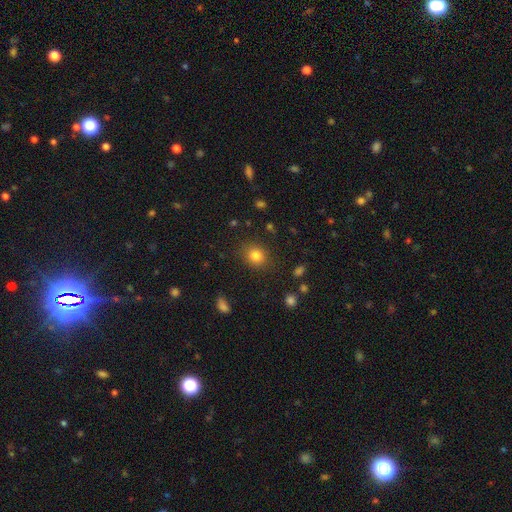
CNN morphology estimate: Smooth or featured?
  - smooth: 81% *
  - star or artifact: 12%
  - featured or disk: 6%
How rounded?
  - round: 75% *
  - in between: 24%
  - cigar-shaped: 1%
Merging?
  - none: 86% *
  - minor disturbance: 9%
  - major disturbance: 3%
  - merger: 2%